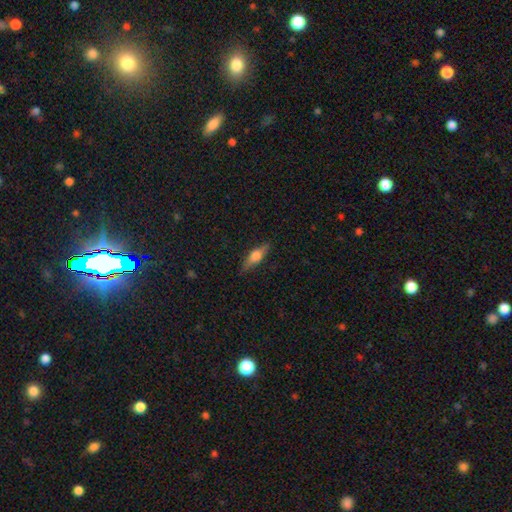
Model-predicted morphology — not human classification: Smooth or featured? smooth (47%)
Merging? none (85%)